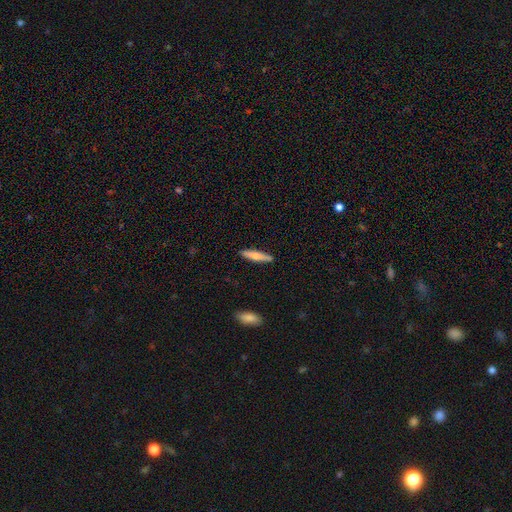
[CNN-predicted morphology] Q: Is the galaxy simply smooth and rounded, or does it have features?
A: smooth — 66%.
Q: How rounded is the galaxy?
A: cigar-shaped — 85%.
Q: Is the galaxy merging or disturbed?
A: none — 87%.